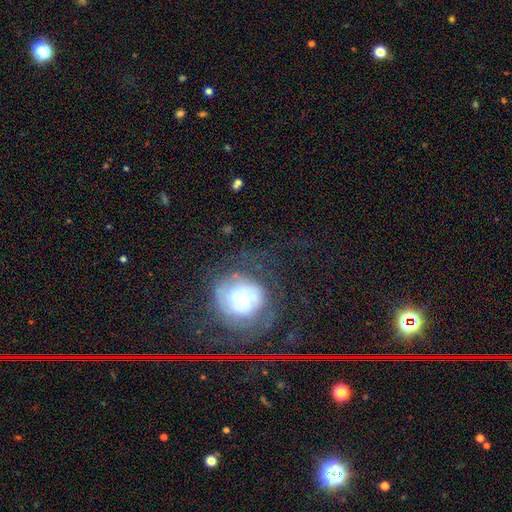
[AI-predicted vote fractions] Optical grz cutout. It shows a star or artifact, not a galaxy (39%).